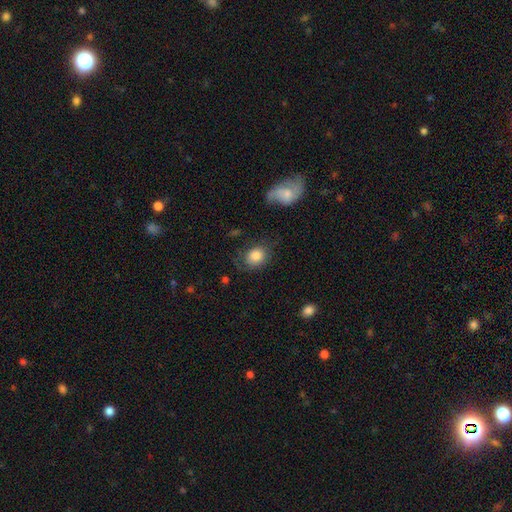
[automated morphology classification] This appears to be a smooth galaxy with no disk features (81%) that is round (51%). Merging: none (60%).